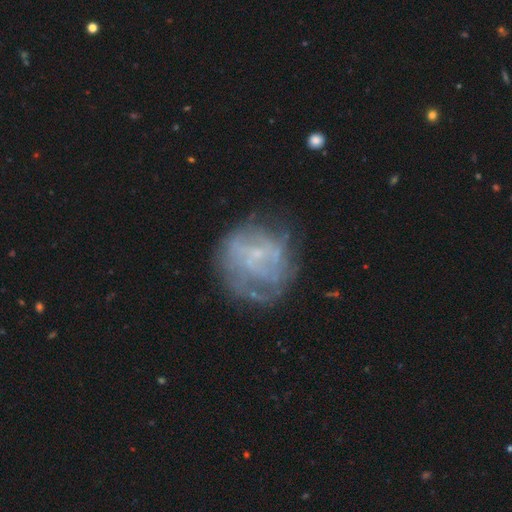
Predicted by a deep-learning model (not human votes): Smooth or featured?
  - featured or disk: 61% *
  - smooth: 26%
  - star or artifact: 12%
Edge-on disk?
  - no: 98% *
  - yes: 2%
Bar?
  - no: 68% *
  - weak: 26%
  - strong: 6%
Spiral arms?
  - no: 54% *
  - yes: 46%
Bulge size?
  - small: 64% *
  - none: 25%
  - moderate: 9%
  - large: 1%
  - dominant: 1%
Merging?
  - none: 59% *
  - minor disturbance: 20%
  - major disturbance: 19%
  - merger: 3%